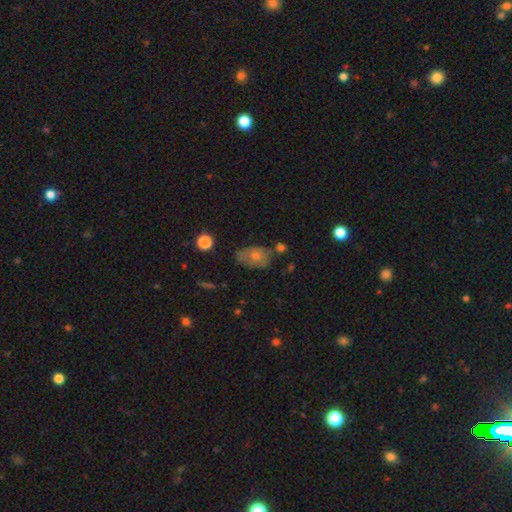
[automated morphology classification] smooth 52%, featured or disk 34%, star or artifact 14%. Down the decision tree: how rounded — in between (81%); merging — none (58%).